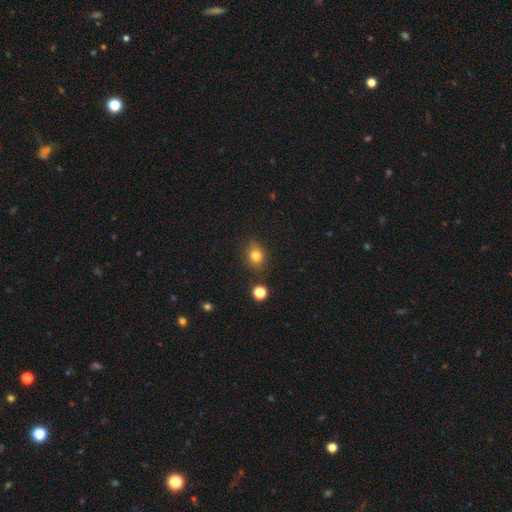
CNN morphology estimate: Smooth or featured? Predicted: smooth (p=0.79). How rounded? Predicted: round (p=0.57). Merging? Predicted: none (p=0.81).